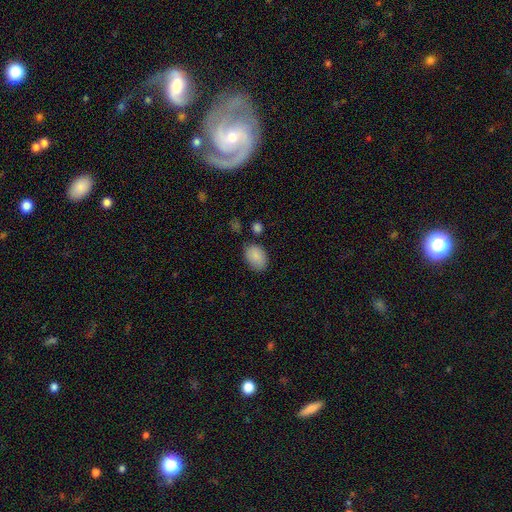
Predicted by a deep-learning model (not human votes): Smooth or featured? smooth (87%)
How rounded? in between (85%)
Merging? none (73%)